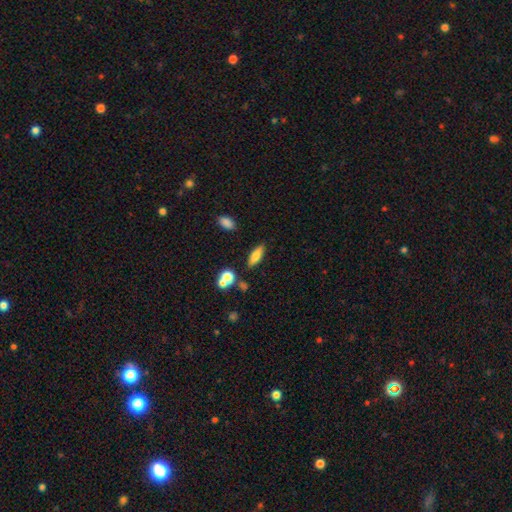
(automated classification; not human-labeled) Smooth or featured? Predicted: smooth (p=0.72). How rounded? Predicted: in between (p=0.59). Merging? Predicted: none (p=0.81).